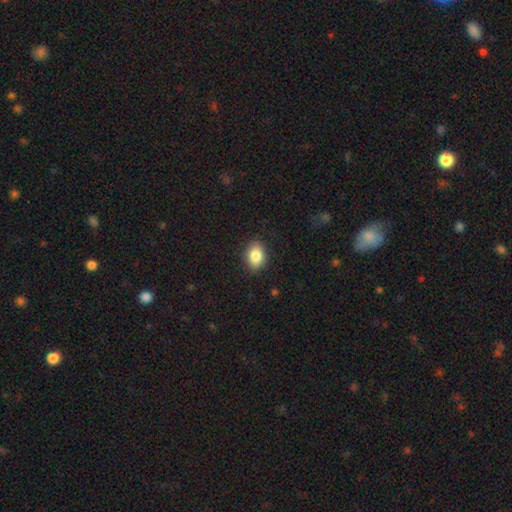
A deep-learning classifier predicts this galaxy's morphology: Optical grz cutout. It shows a smooth galaxy with no disk features (84%) that is in between round and cigar-shaped (75%). Merging: none (86%).